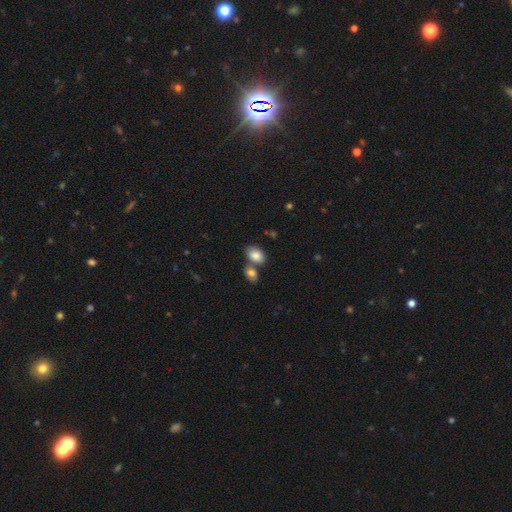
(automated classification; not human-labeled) Smooth or featured?
  - smooth: 85% *
  - star or artifact: 8%
  - featured or disk: 7%
How rounded?
  - in between: 83% *
  - round: 16%
  - cigar-shaped: 1%
Merging?
  - none: 53% *
  - merger: 32%
  - minor disturbance: 11%
  - major disturbance: 4%